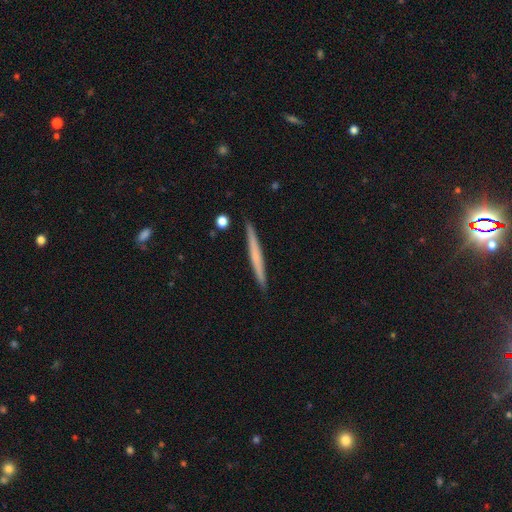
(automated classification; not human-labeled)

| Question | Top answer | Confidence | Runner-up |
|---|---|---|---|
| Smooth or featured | smooth | 49% | featured or disk (45%) |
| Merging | none | 92% | minor disturbance (6%) |